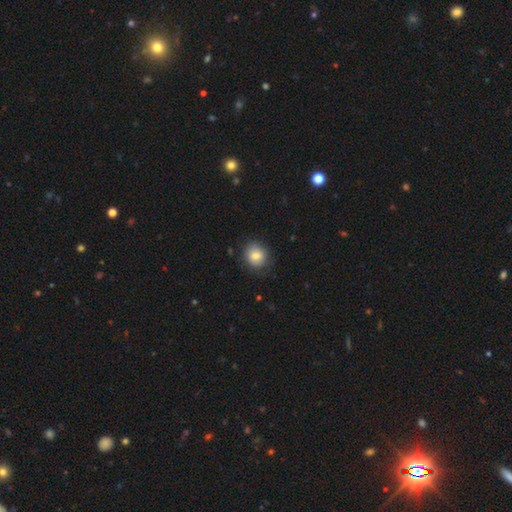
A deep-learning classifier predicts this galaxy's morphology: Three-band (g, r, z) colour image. It shows a smooth galaxy with no disk features (81%) that is round (81%). Merging: none (80%).